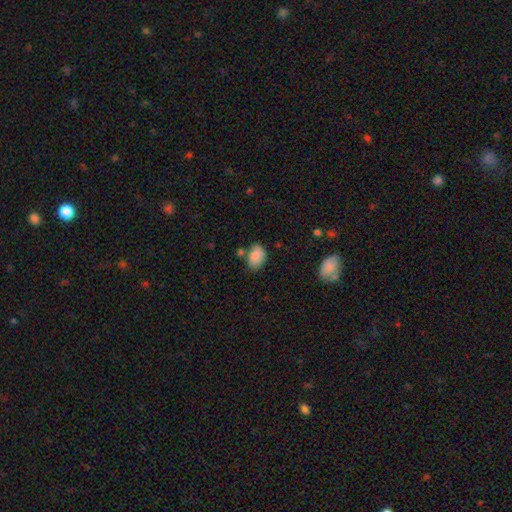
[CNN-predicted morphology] Smooth or featured? smooth (84%)
How rounded? in between (71%)
Merging? none (57%)